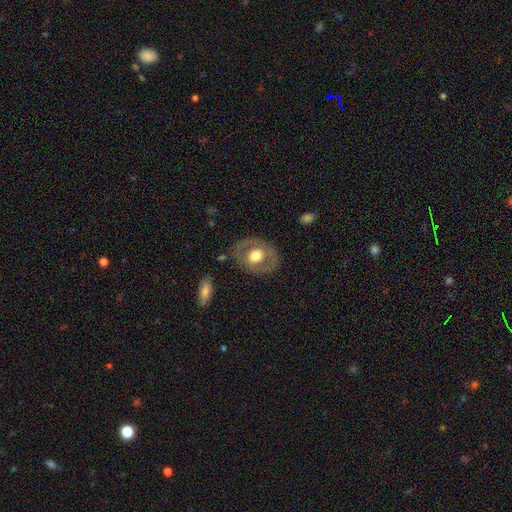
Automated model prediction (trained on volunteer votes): Q: Smooth or featured?
A: featured or disk (49%); runner-up: smooth (45%)
Q: Merging?
A: none (79%); runner-up: minor disturbance (13%)